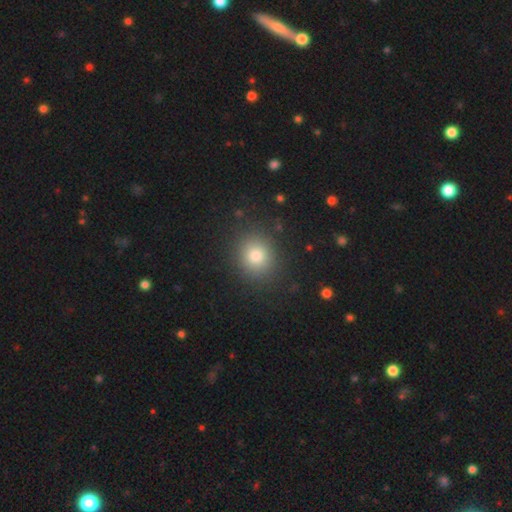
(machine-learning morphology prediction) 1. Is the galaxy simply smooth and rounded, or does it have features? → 80% smooth, 12% star or artifact, 8% featured or disk.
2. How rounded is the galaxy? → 78% round, 22% in between, 1% cigar-shaped.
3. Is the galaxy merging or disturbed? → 89% none, 7% minor disturbance, 3% major disturbance, 1% merger.